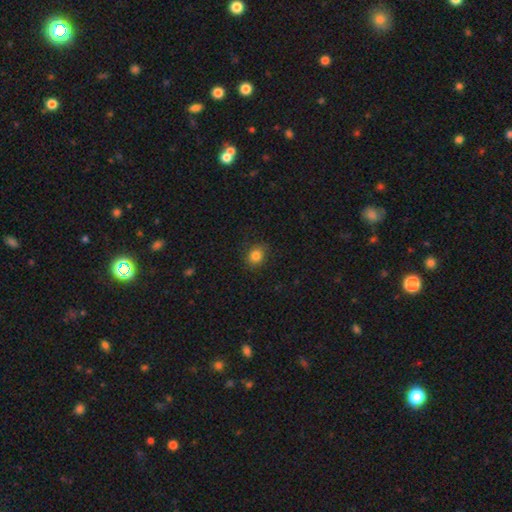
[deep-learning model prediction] smooth_or_featured: smooth (p=0.83) [alt: star or artifact p=0.11]
how_rounded: round (p=0.65) [alt: in between p=0.34]
merging: none (p=0.83) [alt: minor disturbance p=0.12]